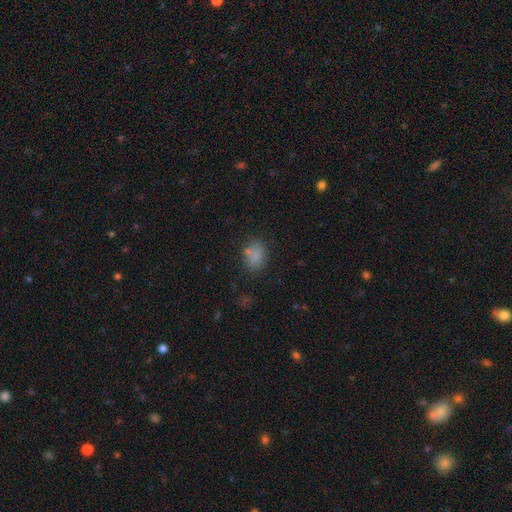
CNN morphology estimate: Smooth or featured: smooth — 79% (star or artifact — 13%)
How rounded: in between — 67% (round — 31%)
Merging: none — 70% (minor disturbance — 16%)